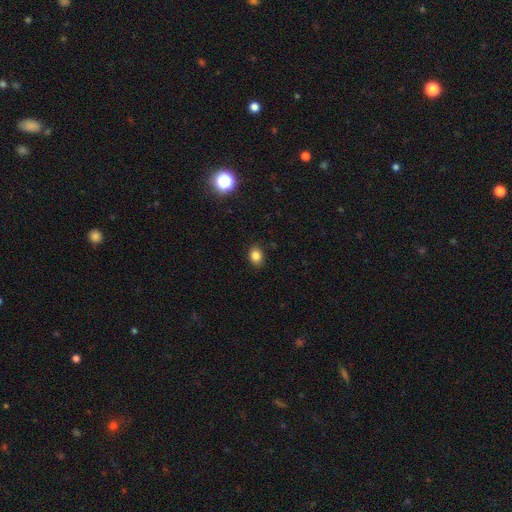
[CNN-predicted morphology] Smooth or featured: smooth — 84% (star or artifact — 11%)
How rounded: in between — 56% (round — 43%)
Merging: none — 87% (minor disturbance — 10%)